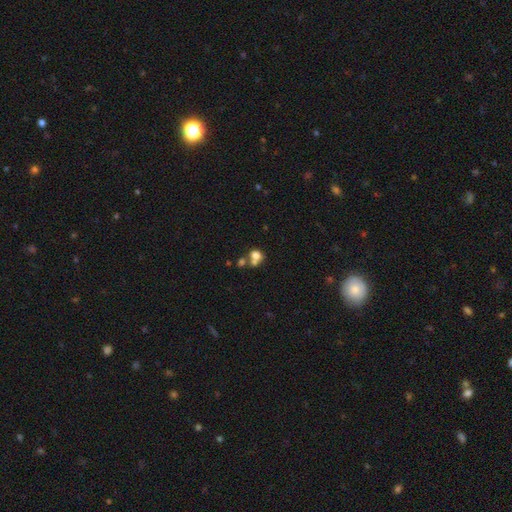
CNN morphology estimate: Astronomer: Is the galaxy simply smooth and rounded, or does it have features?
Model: smooth — 70%.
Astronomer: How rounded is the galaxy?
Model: round — 60% (runner-up: in between, 38%).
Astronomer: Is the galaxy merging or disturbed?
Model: merger — 52% (runner-up: none, 33%).